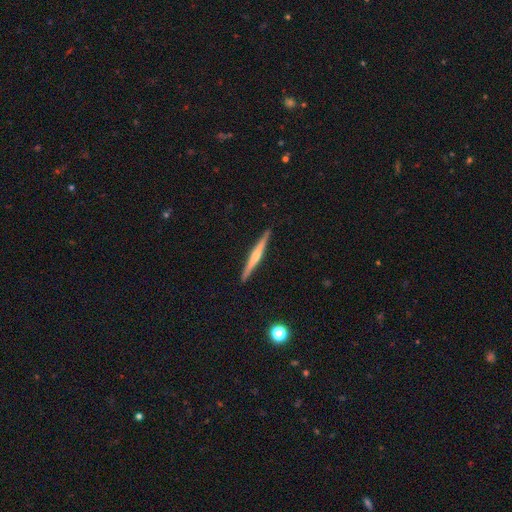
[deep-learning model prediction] smooth-or-featured: featured or disk: 65% | smooth: 29% | star or artifact: 5%
  disk-edge-on: yes: 98% | no: 2%
    edge-on-bulge: rounded: 62% | none: 28% | boxy: 10%
  merging: none: 92% | minor disturbance: 6% | major disturbance: 1% | merger: 1%